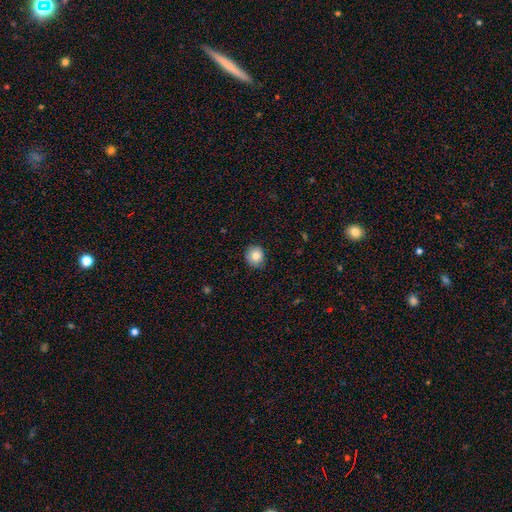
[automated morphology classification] smooth-or-featured: smooth: 86% | star or artifact: 9% | featured or disk: 5%
  how-rounded: round: 84% | in between: 15% | cigar-shaped: 1%
  merging: none: 85% | minor disturbance: 12% | major disturbance: 2% | merger: 1%